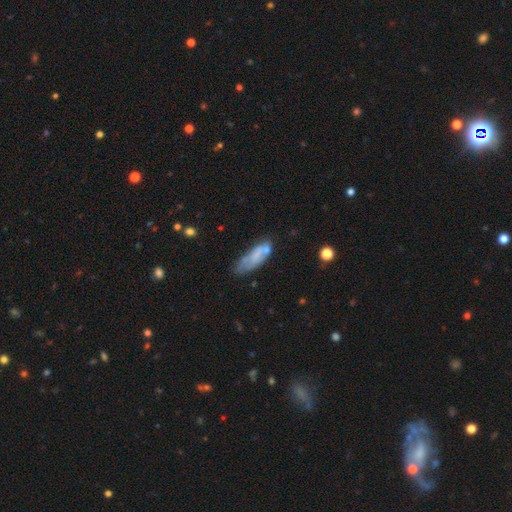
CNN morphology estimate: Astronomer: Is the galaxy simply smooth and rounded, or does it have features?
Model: smooth — 61%.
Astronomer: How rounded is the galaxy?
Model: in between — 62%.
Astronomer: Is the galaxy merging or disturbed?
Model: none — 44% (runner-up: minor disturbance, 30%).